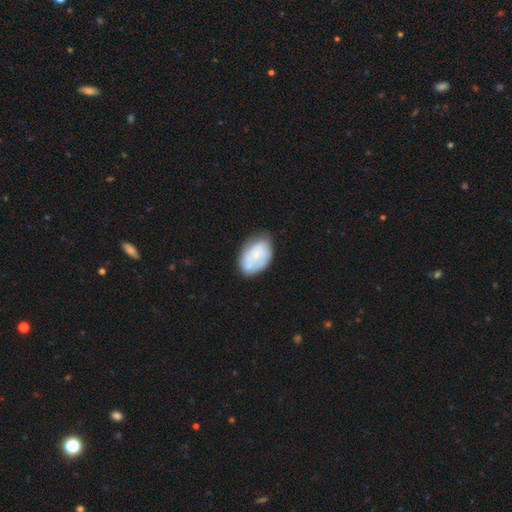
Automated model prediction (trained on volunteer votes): This appears to be a smooth galaxy with no disk features (63%) that is in between round and cigar-shaped (89%). Merging: none (55%).